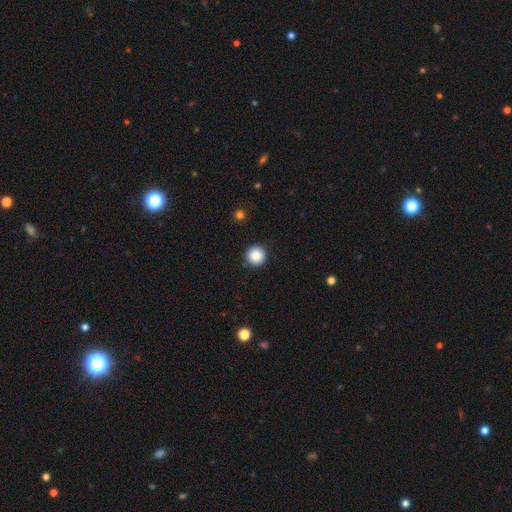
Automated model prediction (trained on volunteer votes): Q: Smooth or featured?
A: smooth (87%); runner-up: star or artifact (9%)
Q: How rounded?
A: round (96%); runner-up: in between (3%)
Q: Merging?
A: none (92%); runner-up: minor disturbance (5%)